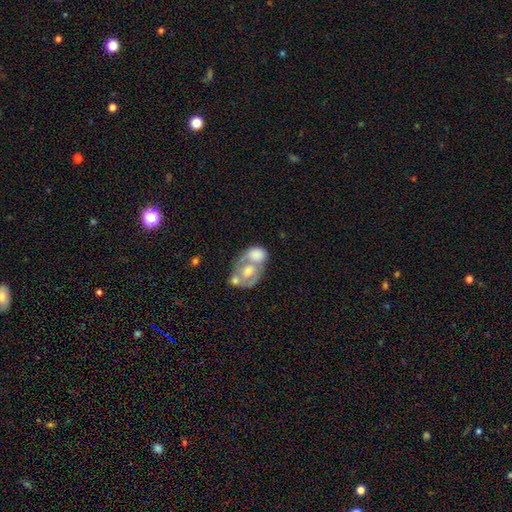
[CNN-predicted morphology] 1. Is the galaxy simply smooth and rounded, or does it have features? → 48% featured or disk, 45% smooth, 7% star or artifact.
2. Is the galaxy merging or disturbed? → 62% merger, 18% none, 11% minor disturbance, 9% major disturbance.